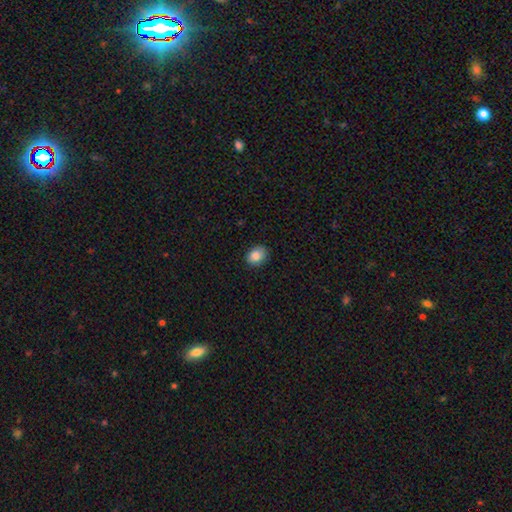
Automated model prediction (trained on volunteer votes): smooth 86%, star or artifact 8%, featured or disk 5%. Down the decision tree: how rounded — in between (63%); merging — none (85%).